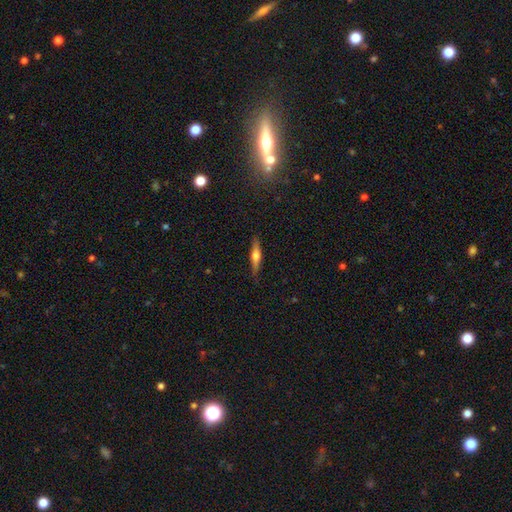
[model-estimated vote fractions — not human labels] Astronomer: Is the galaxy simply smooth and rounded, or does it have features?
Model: featured or disk — 53% (runner-up: smooth, 40%).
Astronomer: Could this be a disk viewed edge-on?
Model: yes — 95%.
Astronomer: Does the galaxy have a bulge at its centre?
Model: rounded — 89%.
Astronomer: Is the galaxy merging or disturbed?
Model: none — 87%.